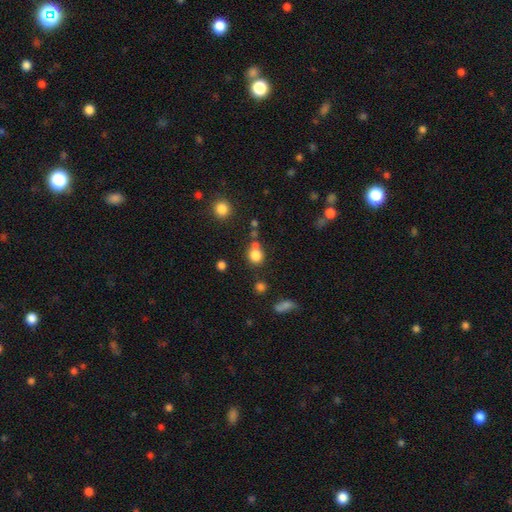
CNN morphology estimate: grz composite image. It shows a smooth galaxy with no disk features (80%) that is round (83%). Merging: none (56%).